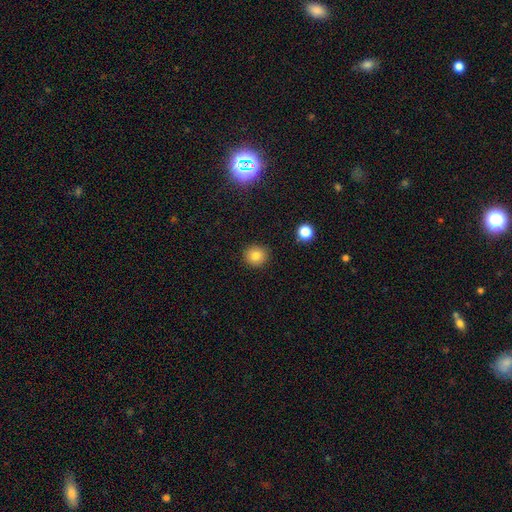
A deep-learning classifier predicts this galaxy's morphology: This appears to be a smooth galaxy with no disk features (80%) that is round (91%). Merging: none (91%).